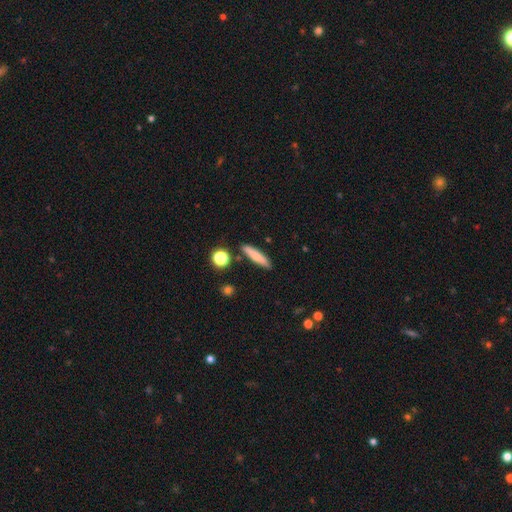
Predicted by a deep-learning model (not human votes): A smooth galaxy with no disk features (76%) that is cigar-shaped (83%).

Vote fractions:
- Smooth or featured? smooth: 76% / featured or disk: 16% / star or artifact: 8%
- How rounded? cigar-shaped: 83% / in between: 14% / round: 3%
- Merging? none: 85% / minor disturbance: 9% / merger: 4% / major disturbance: 2%